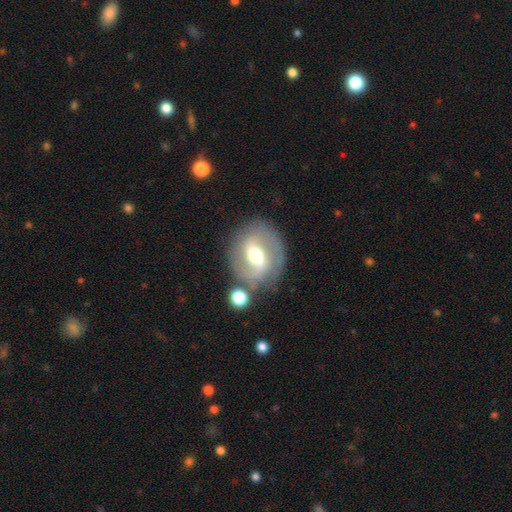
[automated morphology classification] Overall: featured or disk (75%). Edge-on disk: no (96%). Bar: weak (46%; strong 35%). Spiral arms: yes (85%). Spiral arm count: 2 (87%). Spiral winding: medium (48%; loose 32%). Bulge size: moderate (71%). Merging: none (74%).